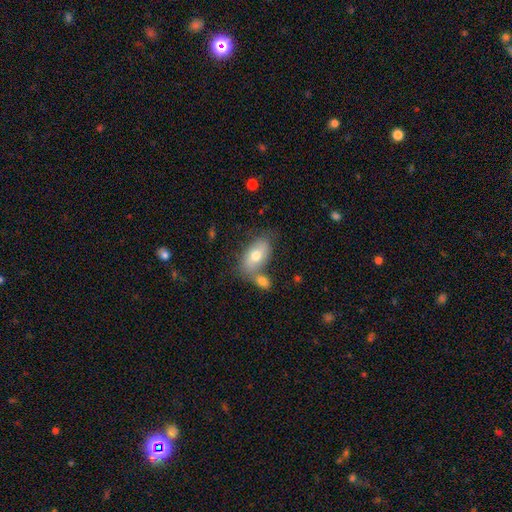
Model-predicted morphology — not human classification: smooth 69%, featured or disk 24%, star or artifact 8%. Down the decision tree: how rounded — in between (90%); merging — none (54%).